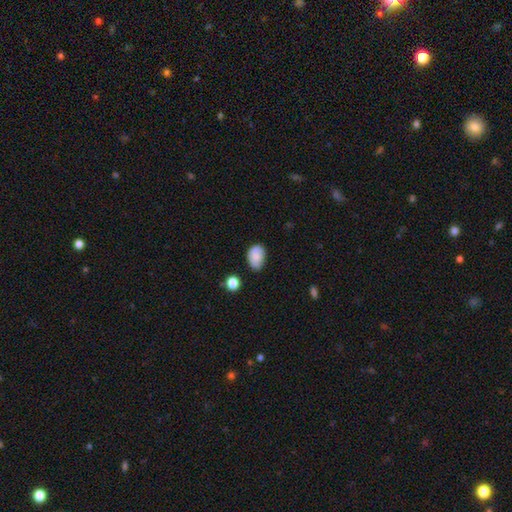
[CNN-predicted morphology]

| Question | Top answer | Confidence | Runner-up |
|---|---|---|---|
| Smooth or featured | smooth | 81% | featured or disk (10%) |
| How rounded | in between | 81% | round (18%) |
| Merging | none | 62% | minor disturbance (30%) |